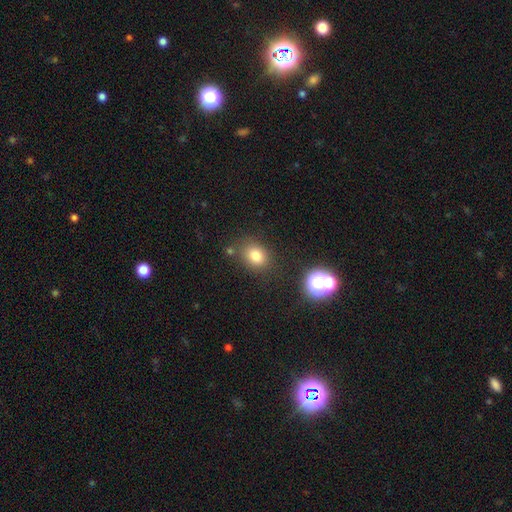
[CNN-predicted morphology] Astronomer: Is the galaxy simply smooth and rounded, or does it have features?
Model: smooth — 80%.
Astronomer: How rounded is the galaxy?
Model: in between — 50% (runner-up: round, 48%).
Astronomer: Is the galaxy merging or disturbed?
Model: none — 76%.